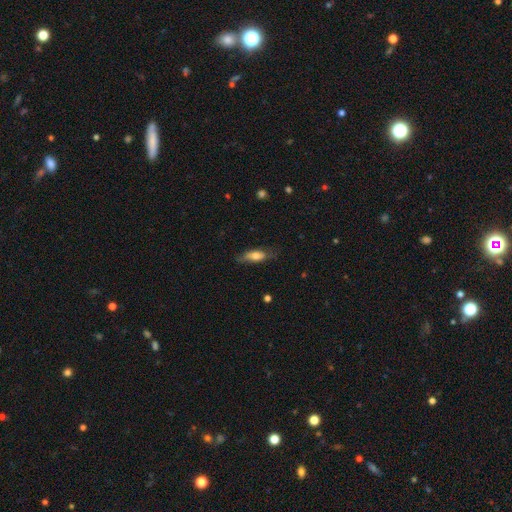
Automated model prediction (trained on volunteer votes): A smooth galaxy with no disk features (59%) that is in between round and cigar-shaped (66%). Merging: none (67%).